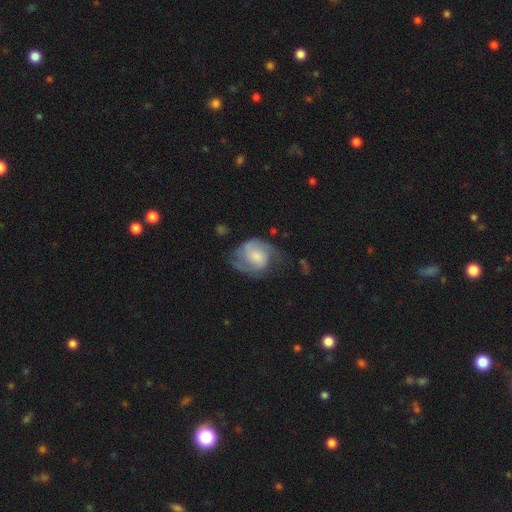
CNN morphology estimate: Smooth or featured: featured or disk — 64% (smooth — 29%)
Edge-on disk: no — 98% (yes — 2%)
Bar: no — 63% (weak — 31%)
Spiral arms: yes — 87% (no — 13%)
Spiral winding: medium — 48% (tight — 28%)
Spiral arm count: 2 — 74% (can't tell — 12%)
Bulge size: moderate — 31% (small — 26%)
Merging: none — 48% (minor disturbance — 27%)